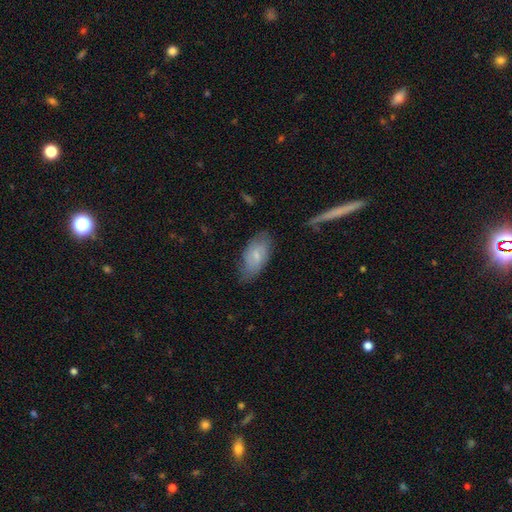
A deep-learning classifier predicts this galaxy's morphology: smooth 58%, featured or disk 35%, star or artifact 7%. Down the decision tree: how rounded — in between (90%); merging — none (71%).